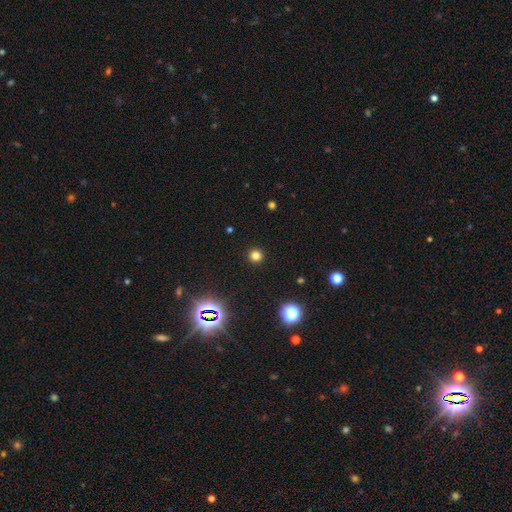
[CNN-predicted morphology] Smooth or featured? smooth (77%)
How rounded? round (95%)
Merging? none (93%)